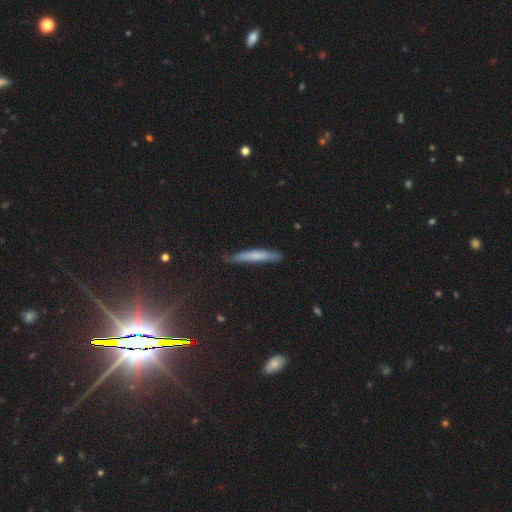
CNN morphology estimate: Overall: smooth (65%; featured or disk 29%). How rounded: cigar-shaped (93%). Merging: none (76%).